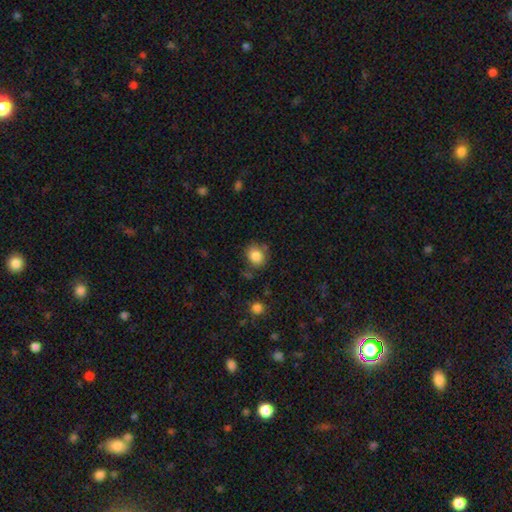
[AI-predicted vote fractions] Smooth or featured?
  - smooth: 85% *
  - star or artifact: 10%
  - featured or disk: 6%
How rounded?
  - round: 69% *
  - in between: 30%
  - cigar-shaped: 1%
Merging?
  - none: 75% *
  - minor disturbance: 15%
  - merger: 6%
  - major disturbance: 4%